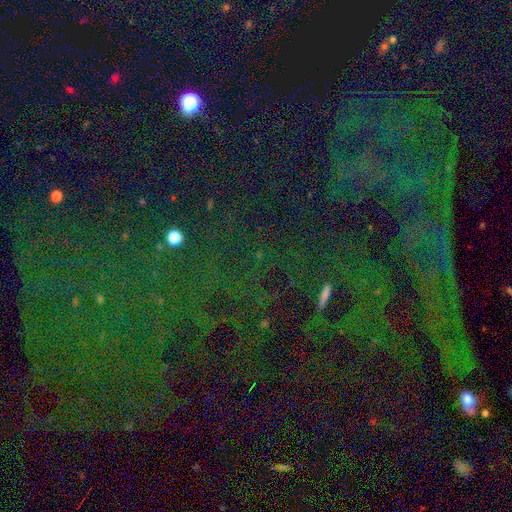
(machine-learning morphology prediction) The model was most divided on "smooth or featured": star or artifact: 80%, smooth: 10%, featured or disk: 10%.